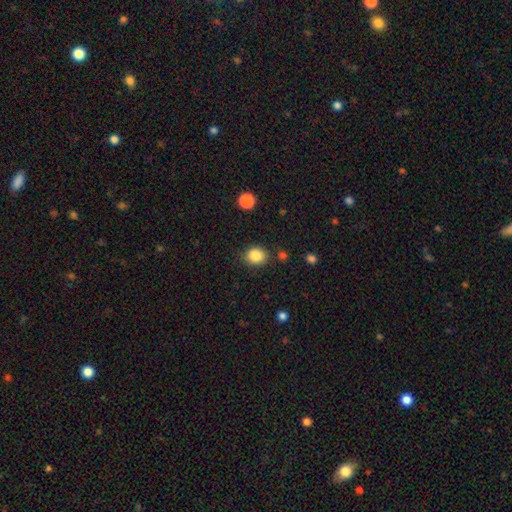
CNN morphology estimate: type=smooth (86%); roundness=round (60%); merging=none (81%).